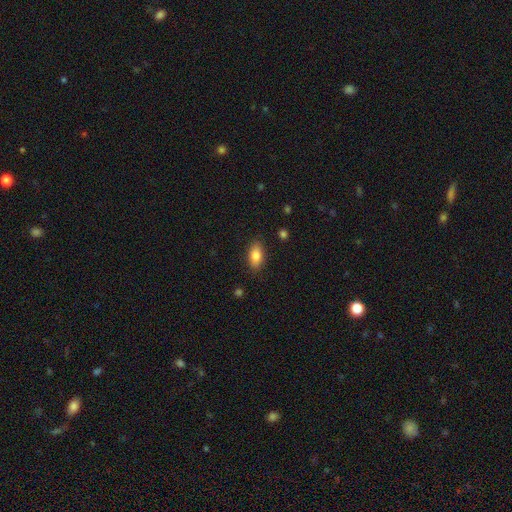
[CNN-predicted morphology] Smooth or featured? smooth (84%)
How rounded? in between (90%)
Merging? none (87%)